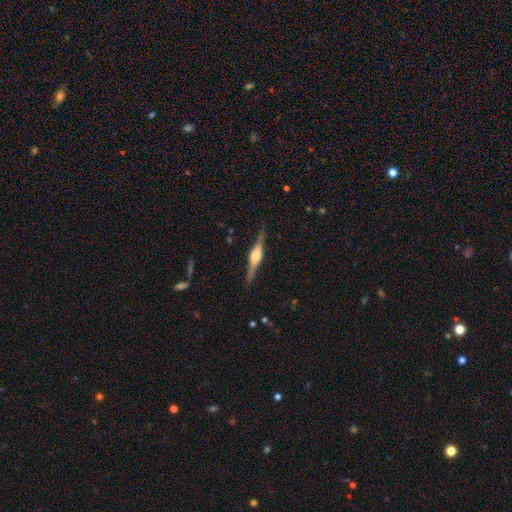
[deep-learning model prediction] This is likely a featured or disk galaxy (78%). It is clearly viewed edge-on (98%). Edge-on bulge: clearly rounded (81%). Merging: clearly none (88%).